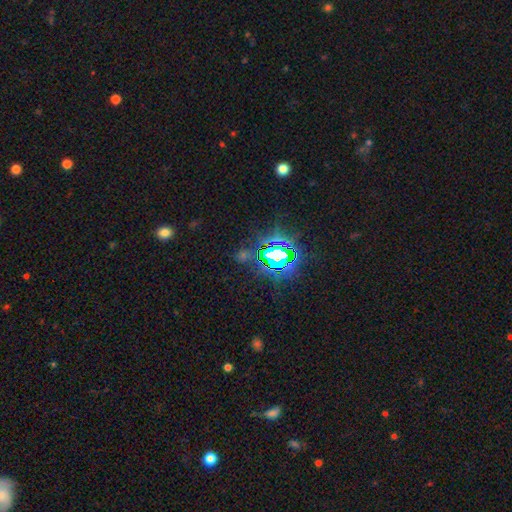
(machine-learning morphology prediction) A star or artifact, not a galaxy (81%).